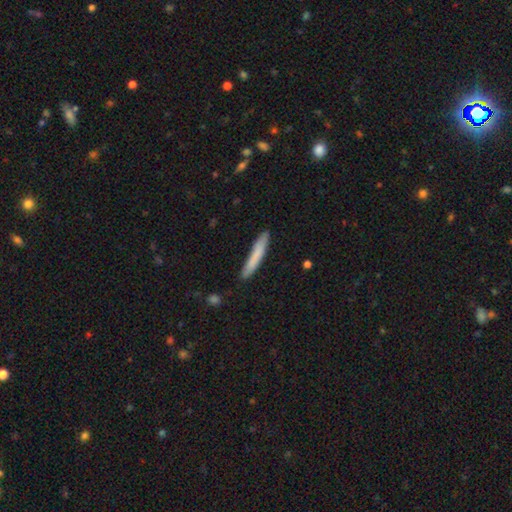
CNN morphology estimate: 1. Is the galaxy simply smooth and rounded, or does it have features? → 77% smooth, 17% featured or disk, 6% star or artifact.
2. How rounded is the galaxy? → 94% cigar-shaped, 4% in between, 1% round.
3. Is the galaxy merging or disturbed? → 85% none, 12% minor disturbance, 2% major disturbance, 2% merger.